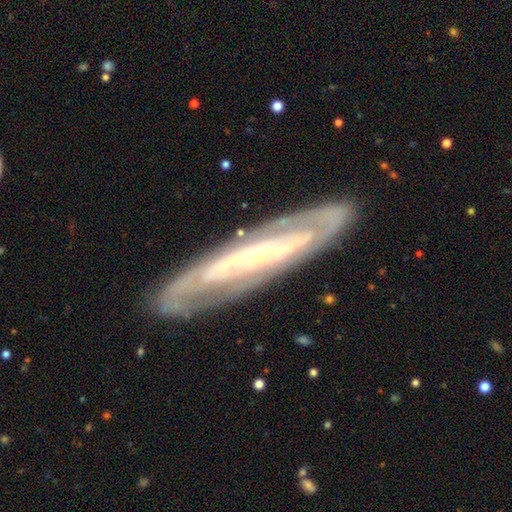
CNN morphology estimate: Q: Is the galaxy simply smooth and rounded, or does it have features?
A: featured or disk — 79%.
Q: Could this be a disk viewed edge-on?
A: no — 64%.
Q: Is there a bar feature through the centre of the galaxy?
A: strong — 37%.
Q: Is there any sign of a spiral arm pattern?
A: yes — 84%.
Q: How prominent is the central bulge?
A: small — 64%.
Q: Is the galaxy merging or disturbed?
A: none — 83%.